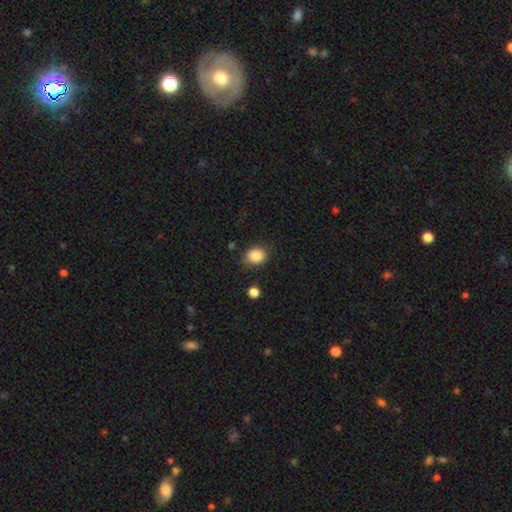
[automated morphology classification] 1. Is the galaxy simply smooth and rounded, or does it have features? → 86% smooth, 9% star or artifact, 5% featured or disk.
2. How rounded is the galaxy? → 51% in between, 48% round, 1% cigar-shaped.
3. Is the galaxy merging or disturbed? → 79% none, 14% minor disturbance, 4% major disturbance, 2% merger.